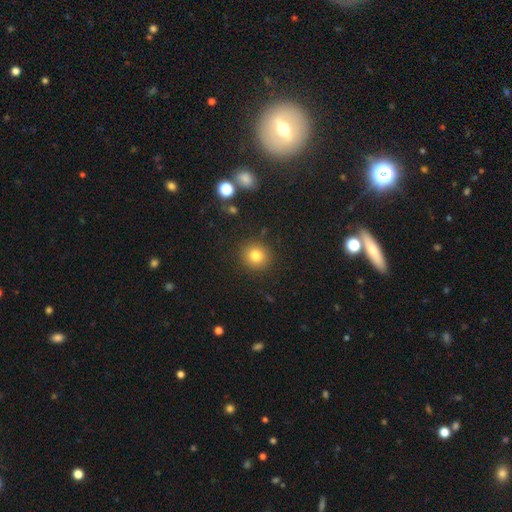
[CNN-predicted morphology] Smooth or featured? Predicted: smooth (p=0.81). How rounded? Predicted: round (p=0.90). Merging? Predicted: none (p=0.90).